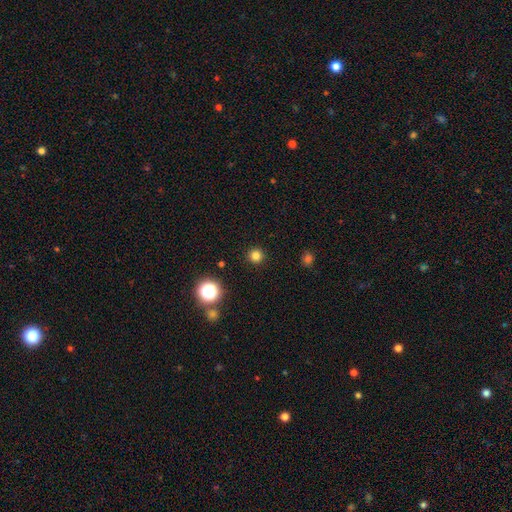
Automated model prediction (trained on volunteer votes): The model was most divided on "smooth or featured": smooth: 80%, star or artifact: 16%, featured or disk: 4%. More confident: how rounded — round (96%); merging — none (92%).